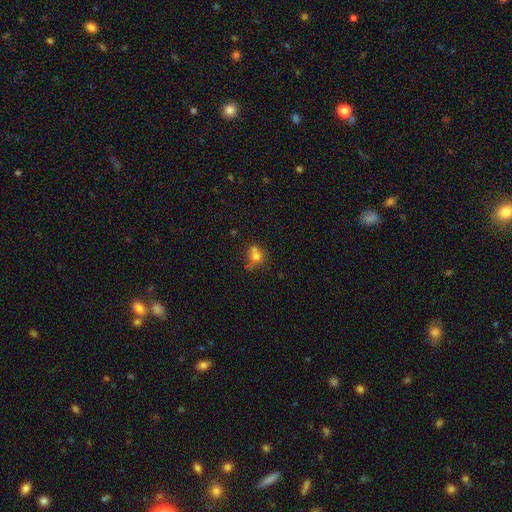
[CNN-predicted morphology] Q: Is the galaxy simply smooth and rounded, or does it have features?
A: smooth — 68%.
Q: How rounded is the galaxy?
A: round — 74%.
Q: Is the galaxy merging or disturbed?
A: none — 42%.